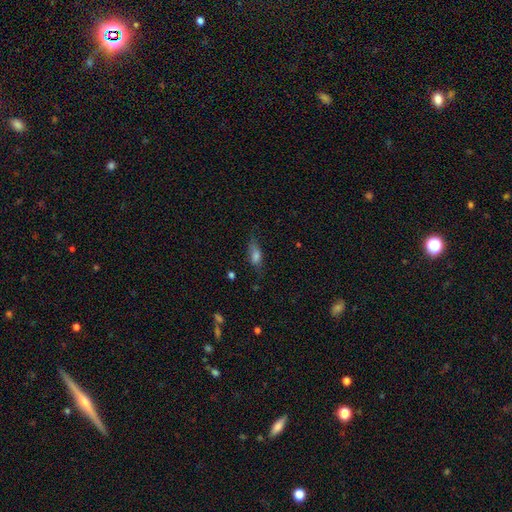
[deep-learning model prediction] Smooth or featured?
  - smooth: 67% *
  - featured or disk: 21%
  - star or artifact: 12%
How rounded?
  - in between: 62% *
  - cigar-shaped: 33%
  - round: 4%
Merging?
  - none: 62% *
  - minor disturbance: 25%
  - major disturbance: 11%
  - merger: 2%